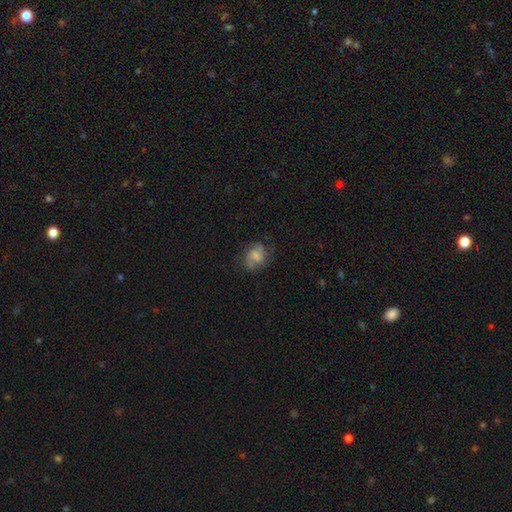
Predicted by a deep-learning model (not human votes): The model was most divided on "how rounded": in between: 50%, round: 49%, cigar-shaped: 1%. More confident: merging — none (62%); smooth or featured — smooth (61%).